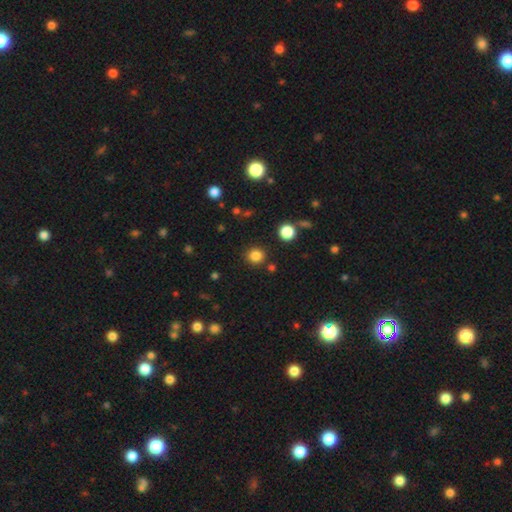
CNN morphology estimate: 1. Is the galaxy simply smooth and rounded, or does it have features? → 83% smooth, 13% star or artifact, 4% featured or disk.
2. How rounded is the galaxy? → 88% round, 11% in between, 1% cigar-shaped.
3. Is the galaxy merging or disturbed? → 87% none, 7% minor disturbance, 3% merger, 3% major disturbance.